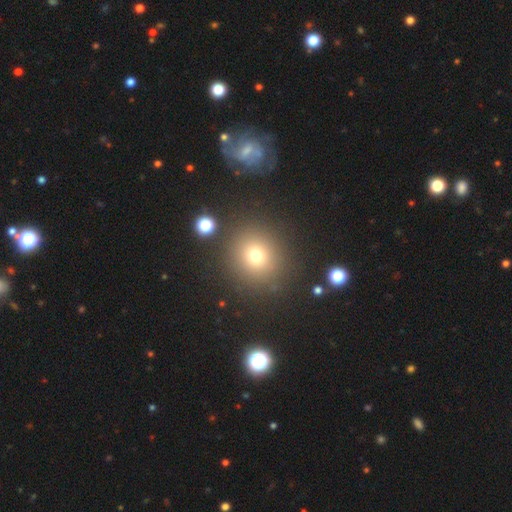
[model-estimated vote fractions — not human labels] This is likely a smooth galaxy (73%). How rounded: clearly round (87%). Merging: clearly none (86%).